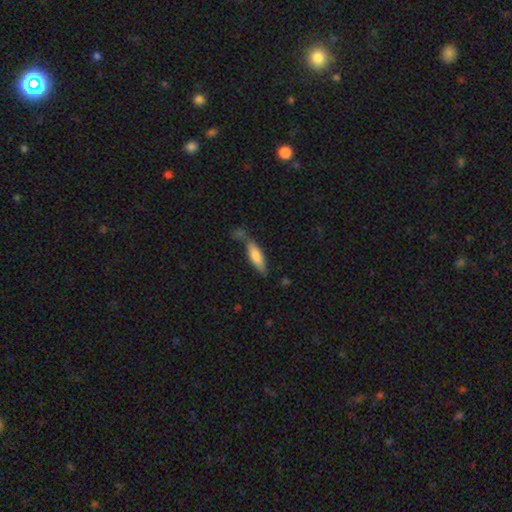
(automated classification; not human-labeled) Smooth or featured? smooth (75%)
How rounded? cigar-shaped (61%)
Merging? none (59%)